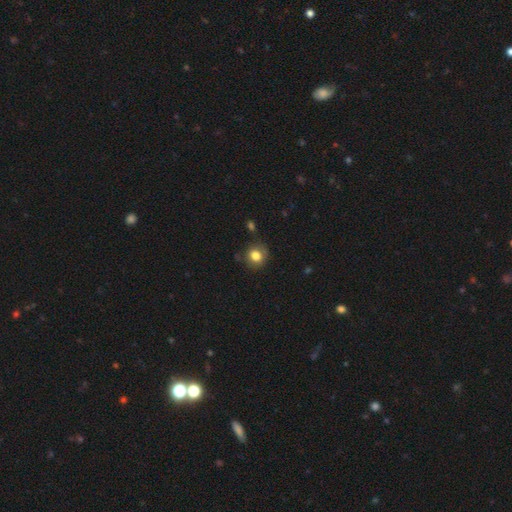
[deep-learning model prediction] Overall: smooth (79%). How rounded: round (77%). Merging: none (72%).